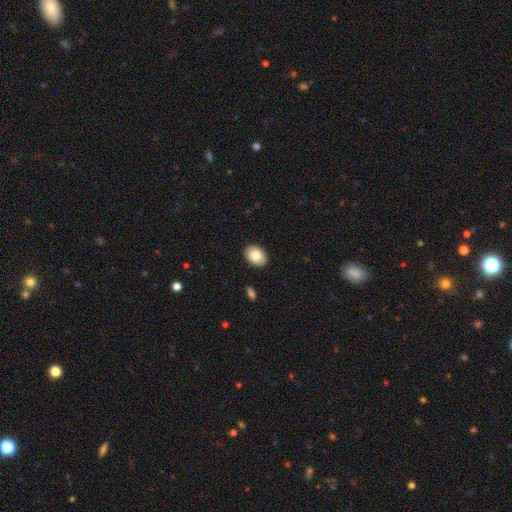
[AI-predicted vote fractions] The model was most divided on "how rounded": in between: 77%, round: 22%, cigar-shaped: 1%. More confident: merging — none (90%); smooth or featured — smooth (85%).